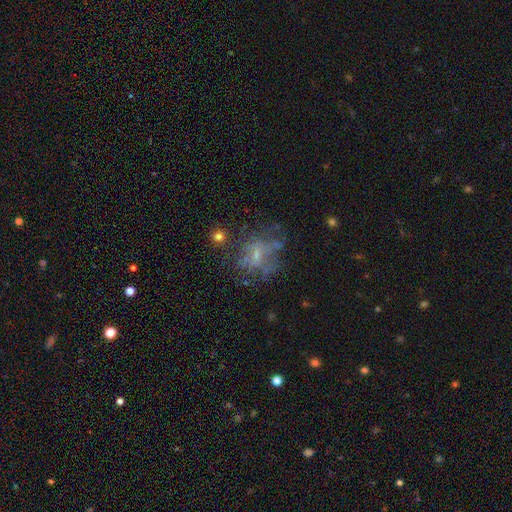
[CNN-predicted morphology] Smooth or featured? featured or disk (51%)
Edge-on disk? no (97%)
Merging? none (45%)